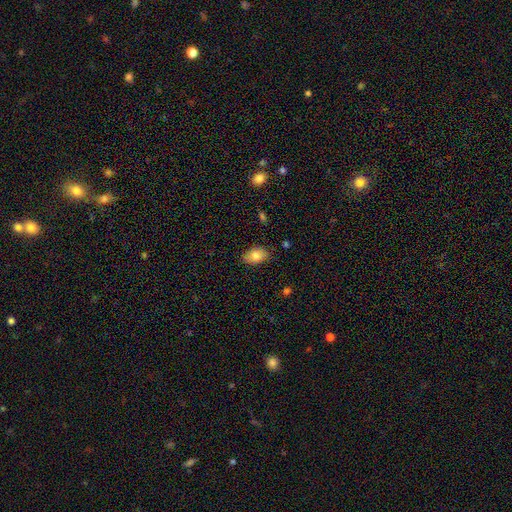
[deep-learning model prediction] This appears to be a smooth galaxy with no disk features (82%) that is in between round and cigar-shaped (87%). Merging: none (82%).